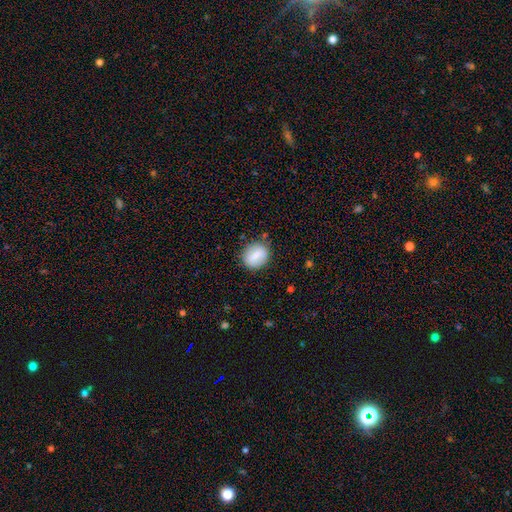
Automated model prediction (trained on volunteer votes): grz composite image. It shows a smooth galaxy with no disk features (72%) that is round (58%). Merging: none (83%).